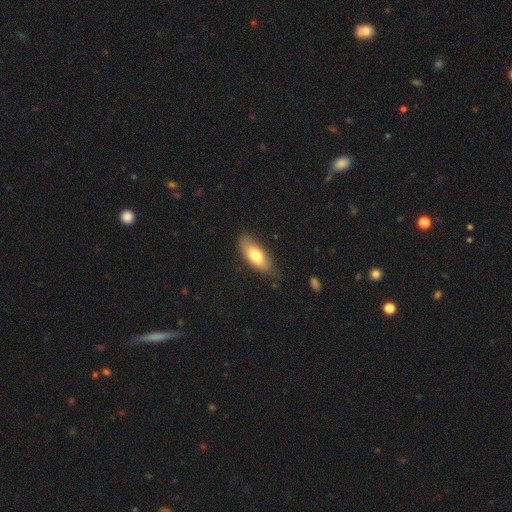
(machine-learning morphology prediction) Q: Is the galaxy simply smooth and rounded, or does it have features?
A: smooth — 71%.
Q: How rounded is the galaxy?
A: in between — 74%.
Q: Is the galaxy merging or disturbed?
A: none — 79%.